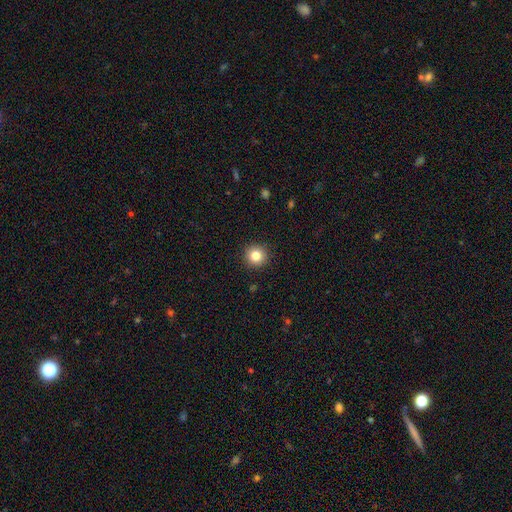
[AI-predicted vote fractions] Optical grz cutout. It shows a smooth galaxy with no disk features (83%) that is round (95%). Merging: none (92%).